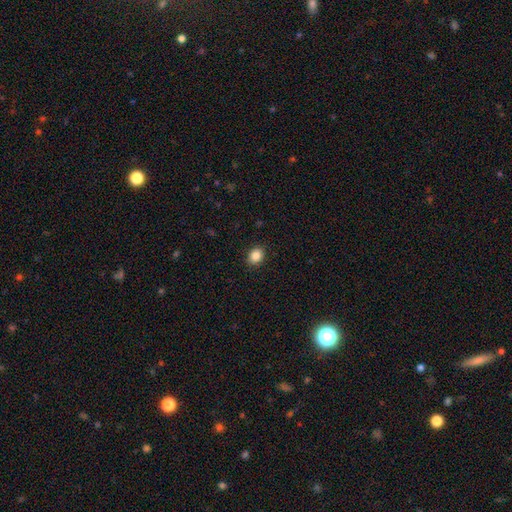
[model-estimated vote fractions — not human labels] smooth-or-featured: smooth: 86% | star or artifact: 9% | featured or disk: 4%
  how-rounded: in between: 52% | round: 47% | cigar-shaped: 1%
  merging: none: 90% | minor disturbance: 7% | major disturbance: 2% | merger: 1%